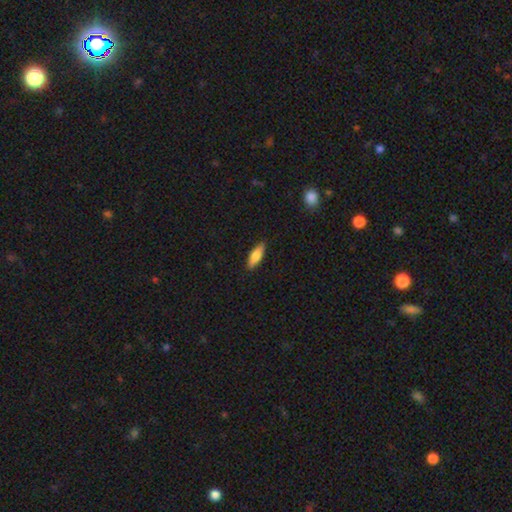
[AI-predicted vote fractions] A smooth galaxy with no disk features (76%) that is in between round and cigar-shaped (56%). Merging: none (88%).